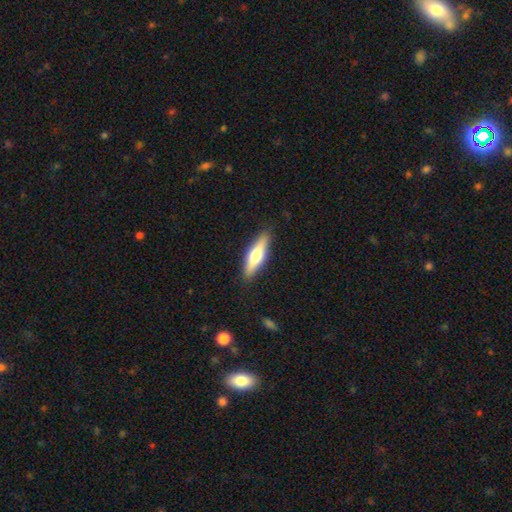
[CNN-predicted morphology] This appears to be a smooth galaxy with no disk features (50%) that is cigar-shaped (65%). Merging: none (88%).